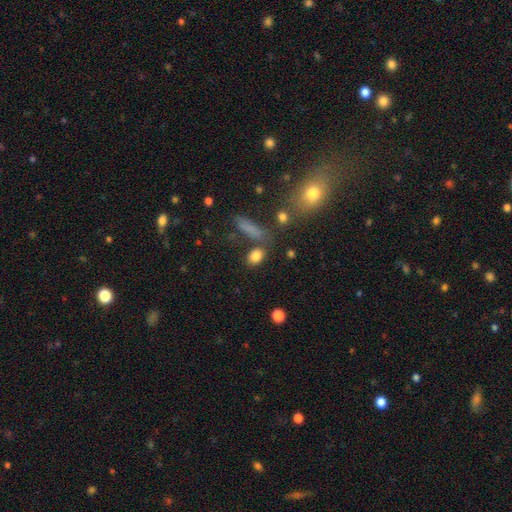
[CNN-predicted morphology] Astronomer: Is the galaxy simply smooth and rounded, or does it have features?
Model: smooth — 84%.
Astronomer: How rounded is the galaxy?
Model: in between — 67%.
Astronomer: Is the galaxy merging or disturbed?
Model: none — 70%.